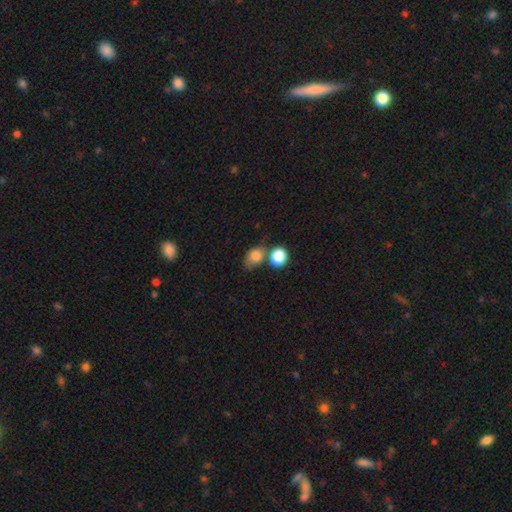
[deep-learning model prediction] Morphology: type=smooth (81%); roundness=in between (56%); merging=none (42%).